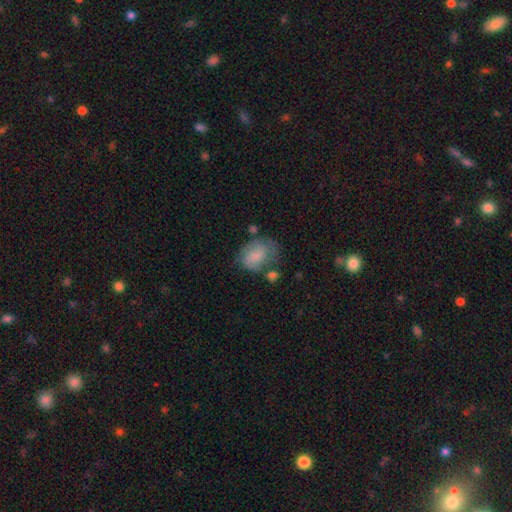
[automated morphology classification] type=smooth (67%); roundness=in between (62%); merging=none (45%).